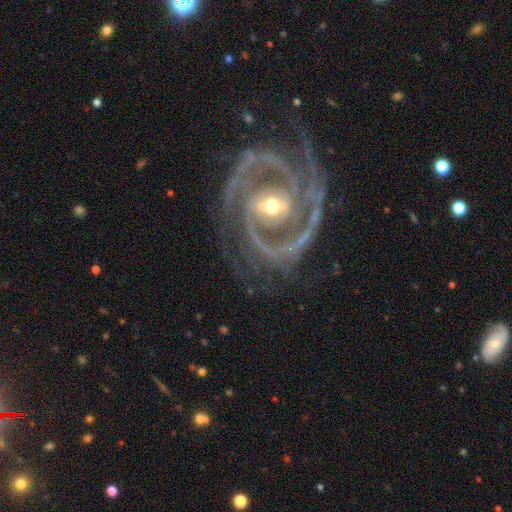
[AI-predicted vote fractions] Overall: featured or disk (93%). Edge-on disk: no (98%). Bar: strong (37%; weak 32%). Spiral arms: yes (98%). Spiral arm count: 2 (56%; 3 22%). Spiral winding: tight (52%; medium 41%). Bulge size: moderate (60%; small 34%). Merging: none (71%).